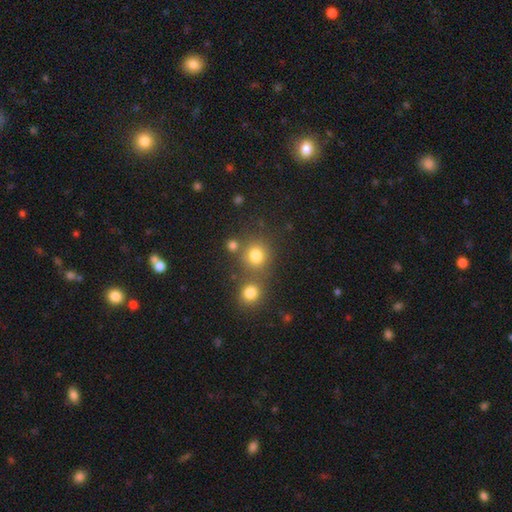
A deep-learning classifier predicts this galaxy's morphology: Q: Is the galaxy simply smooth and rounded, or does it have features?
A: smooth — 78%.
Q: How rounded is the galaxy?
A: round — 85%.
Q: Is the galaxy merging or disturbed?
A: none — 62%.